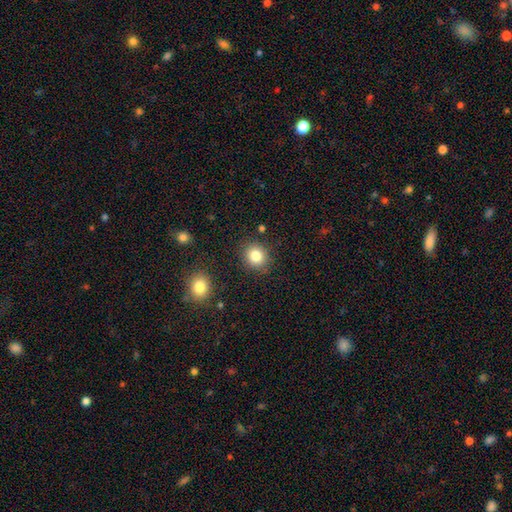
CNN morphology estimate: Smooth or featured? smooth (83%)
How rounded? round (81%)
Merging? none (87%)